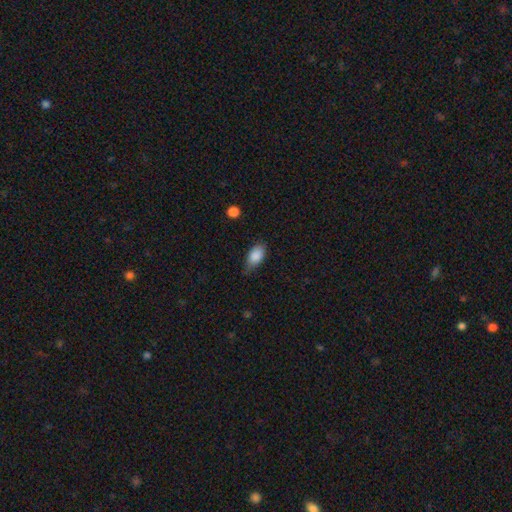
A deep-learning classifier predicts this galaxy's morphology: A smooth galaxy with no disk features (87%) that is in between round and cigar-shaped (91%). Merging: none (64%).